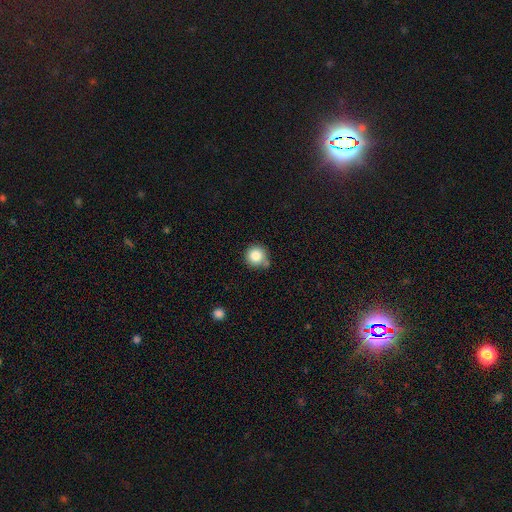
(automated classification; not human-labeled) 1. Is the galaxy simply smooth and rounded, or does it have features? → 84% smooth, 10% star or artifact, 6% featured or disk.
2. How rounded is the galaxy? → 94% round, 5% in between, 1% cigar-shaped.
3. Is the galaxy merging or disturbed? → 70% none, 16% minor disturbance, 10% merger, 4% major disturbance.